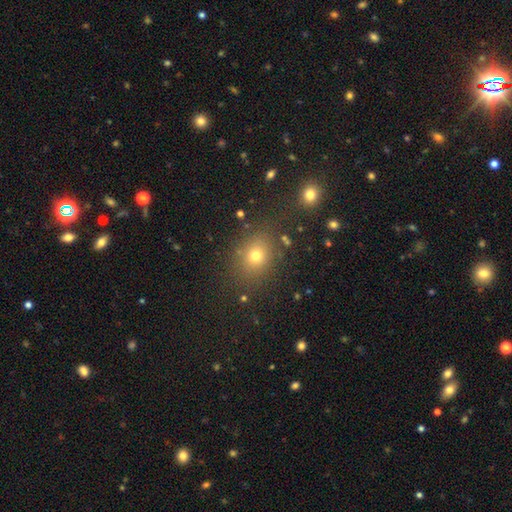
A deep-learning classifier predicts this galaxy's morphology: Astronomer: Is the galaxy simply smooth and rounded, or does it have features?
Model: smooth — 71%.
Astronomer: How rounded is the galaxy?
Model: round — 59% (runner-up: in between, 40%).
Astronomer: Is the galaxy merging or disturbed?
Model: none — 81%.